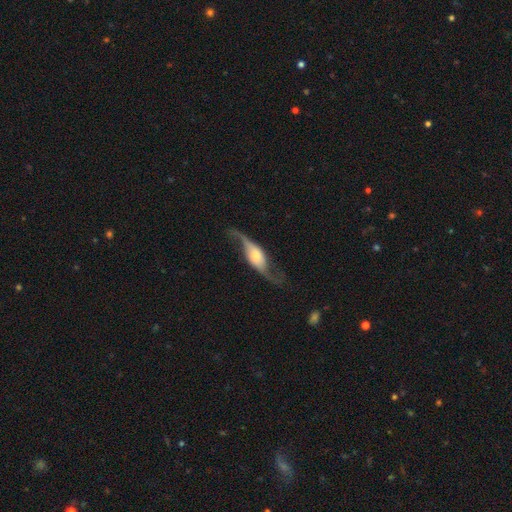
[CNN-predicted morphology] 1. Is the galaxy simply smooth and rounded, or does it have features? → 83% featured or disk, 12% smooth, 5% star or artifact.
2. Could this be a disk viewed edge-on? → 79% no, 21% yes.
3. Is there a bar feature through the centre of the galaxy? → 55% no, 27% weak, 17% strong.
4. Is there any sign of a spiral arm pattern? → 94% yes, 6% no.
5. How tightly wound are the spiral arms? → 87% loose, 10% medium, 3% tight.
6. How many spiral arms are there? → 92% 2, 3% 1, 2% can't tell, 1% 3, 1% 4, 1% more than 4.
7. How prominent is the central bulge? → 41% moderate, 36% small, 15% large, 5% dominant, 4% none.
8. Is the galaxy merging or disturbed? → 67% none, 17% minor disturbance, 13% major disturbance, 2% merger.